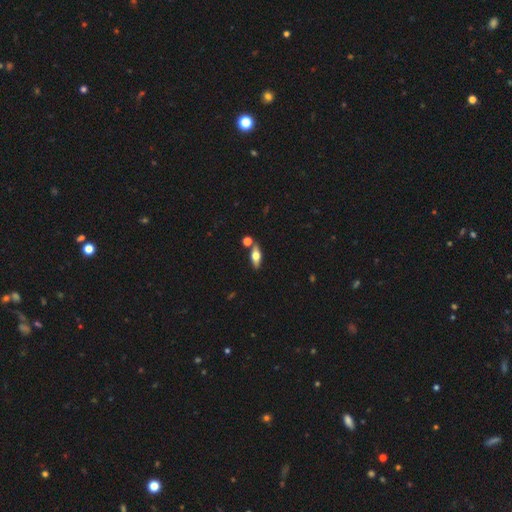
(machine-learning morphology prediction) This is possibly a featured or disk galaxy (46%, tied with smooth). Merging: likely none (78%).